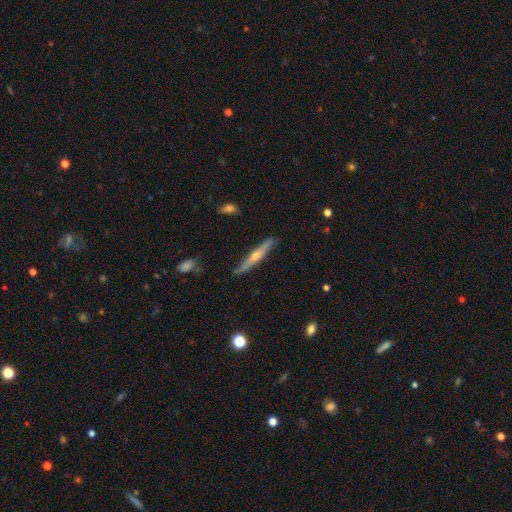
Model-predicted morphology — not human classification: smooth-or-featured: featured or disk: 64% | smooth: 30% | star or artifact: 6%
  disk-edge-on: yes: 94% | no: 6%
    edge-on-bulge: rounded: 82% | none: 14% | boxy: 3%
  merging: none: 85% | minor disturbance: 12% | major disturbance: 2% | merger: 2%